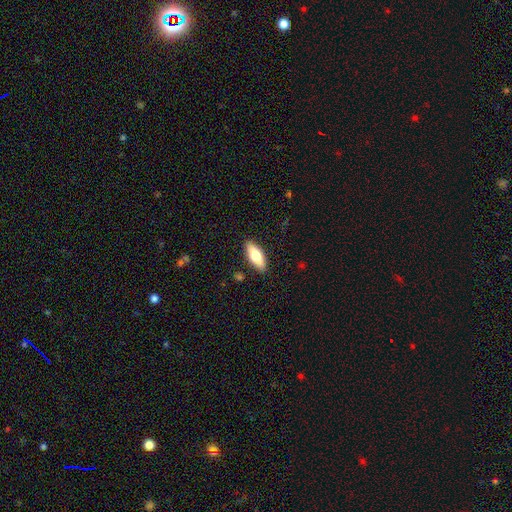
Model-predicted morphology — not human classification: A smooth galaxy with no disk features (66%) that is in between round and cigar-shaped (70%). Merging: none (88%).